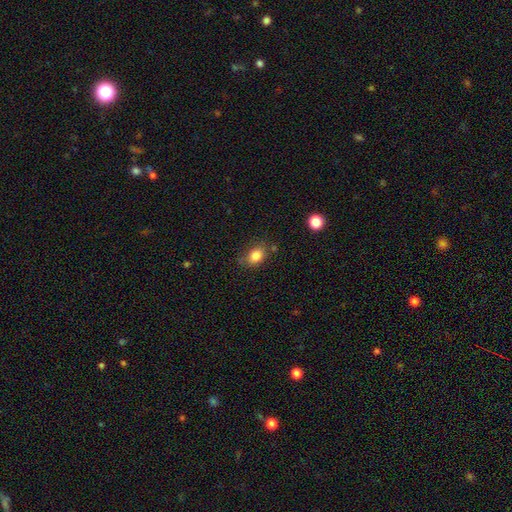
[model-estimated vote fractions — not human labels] smooth_or_featured: smooth (p=0.83) [alt: star or artifact p=0.09]
how_rounded: in between (p=0.70) [alt: round p=0.29]
merging: none (p=0.71) [alt: minor disturbance p=0.19]